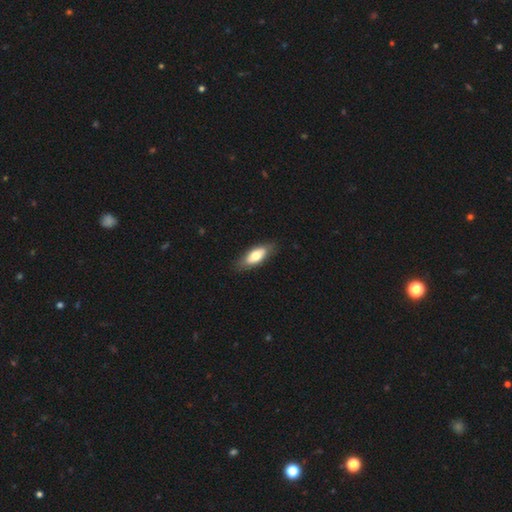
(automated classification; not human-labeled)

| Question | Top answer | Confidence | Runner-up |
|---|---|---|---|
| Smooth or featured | smooth | 67% | featured or disk (27%) |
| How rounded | in between | 80% | cigar-shaped (17%) |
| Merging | none | 82% | minor disturbance (14%) |